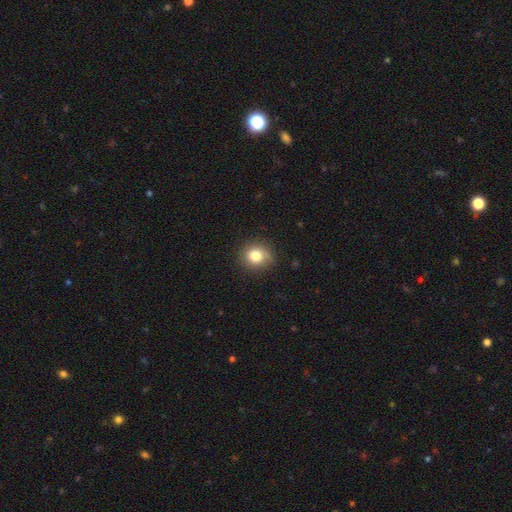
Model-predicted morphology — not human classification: A smooth galaxy with no disk features (81%) that is round (83%). Merging: none (81%).